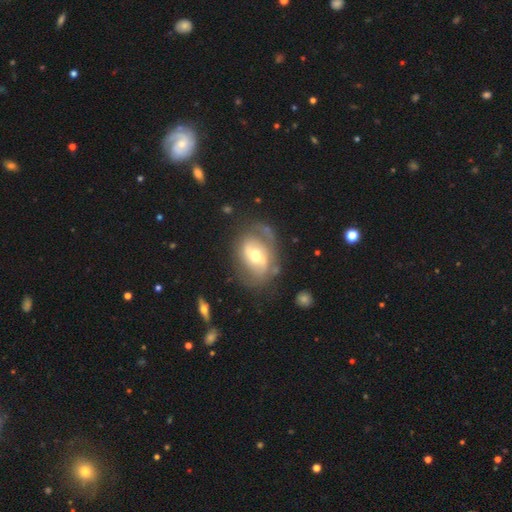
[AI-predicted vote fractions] Morphology: type=featured or disk (70%); edge-on=no (95%); bar=weak (40%); spiral arms=yes (72%); bulge=moderate (68%); merging=none (59%).